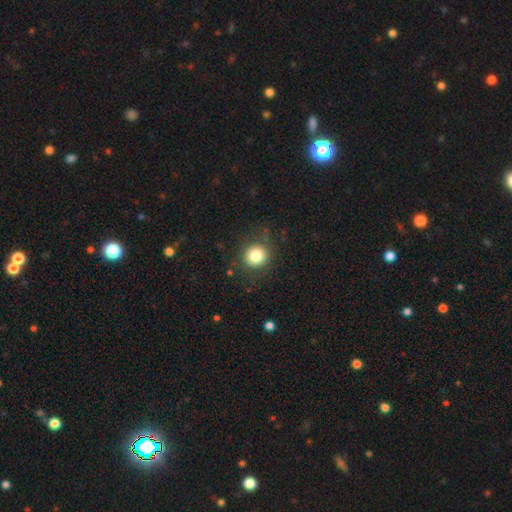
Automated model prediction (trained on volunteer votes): Smooth or featured?
  - smooth: 82% *
  - star or artifact: 11%
  - featured or disk: 7%
How rounded?
  - round: 91% *
  - in between: 8%
  - cigar-shaped: 1%
Merging?
  - none: 84% *
  - minor disturbance: 10%
  - major disturbance: 4%
  - merger: 1%